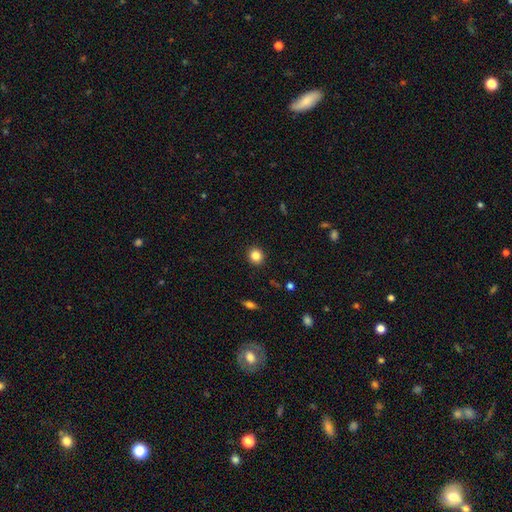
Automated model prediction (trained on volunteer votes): The model was most divided on "smooth or featured": smooth: 84%, star or artifact: 11%, featured or disk: 5%. More confident: merging — none (92%); how rounded — round (89%).